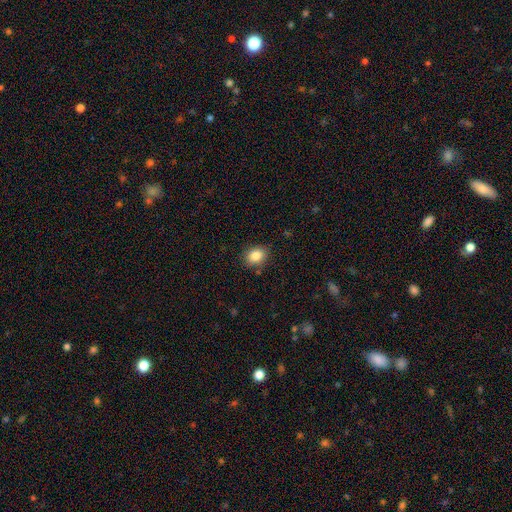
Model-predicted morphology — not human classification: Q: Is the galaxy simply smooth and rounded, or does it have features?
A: smooth — 86%.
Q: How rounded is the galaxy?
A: in between — 56%.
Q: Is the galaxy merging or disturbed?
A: none — 85%.